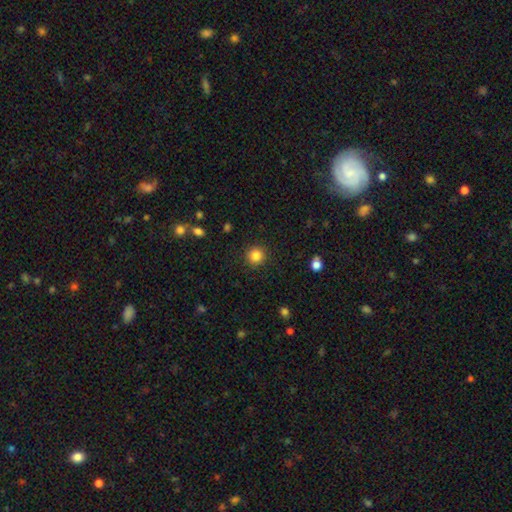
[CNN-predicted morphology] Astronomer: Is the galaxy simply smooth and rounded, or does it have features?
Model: smooth — 84%.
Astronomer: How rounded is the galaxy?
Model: round — 93%.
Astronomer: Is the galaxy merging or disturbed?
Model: none — 91%.